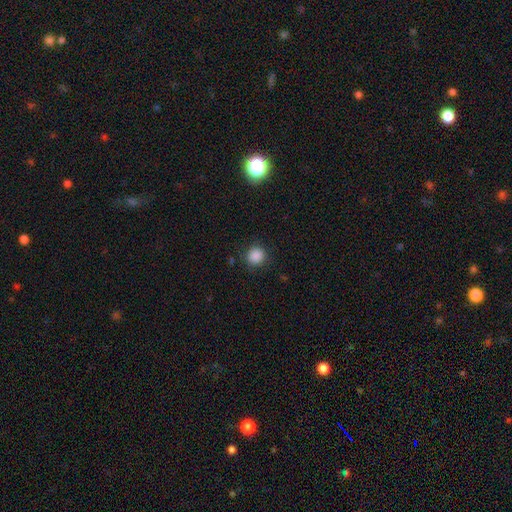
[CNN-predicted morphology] A smooth galaxy with no disk features (87%) that is round (88%). Merging: none (87%).